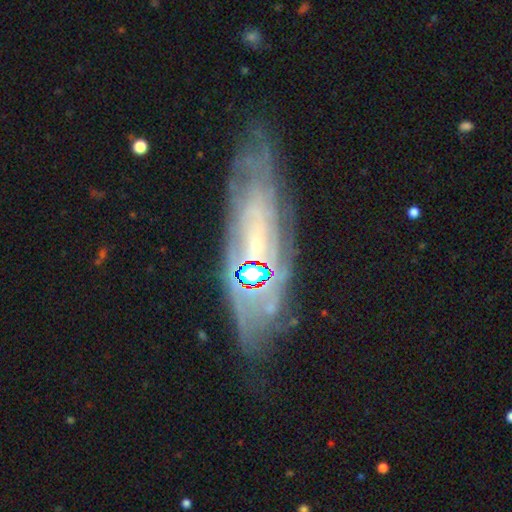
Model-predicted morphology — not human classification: featured or disk 74%, smooth 14%, star or artifact 12%. Down the decision tree: edge-on disk — no (74%); bar — no (62%); spiral arms — yes (84%); bulge size — small (69%); merging — none (76%).